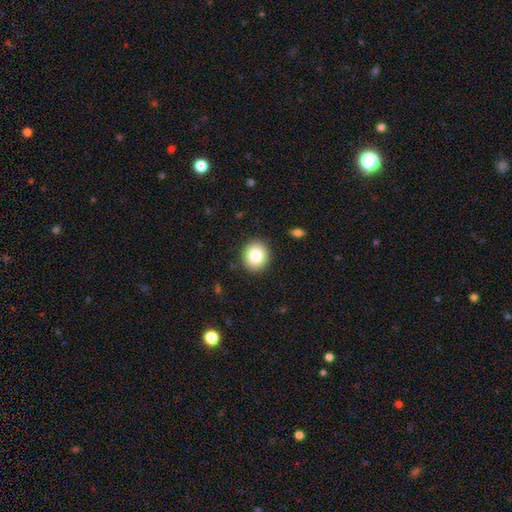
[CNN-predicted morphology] Overall: smooth (83%). How rounded: round (80%). Merging: none (90%).